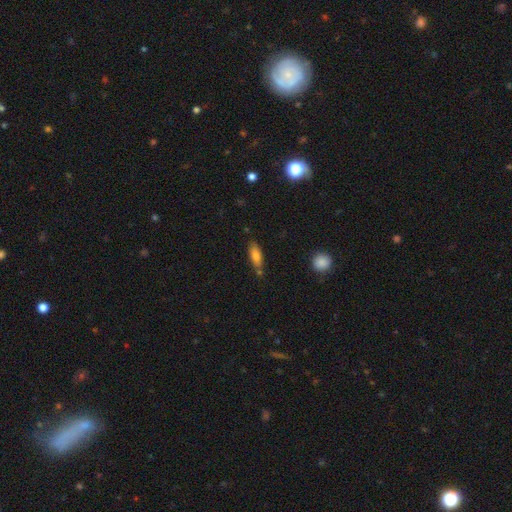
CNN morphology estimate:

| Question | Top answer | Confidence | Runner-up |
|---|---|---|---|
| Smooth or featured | smooth | 77% | featured or disk (15%) |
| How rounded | in between | 71% | cigar-shaped (27%) |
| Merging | none | 69% | minor disturbance (17%) |